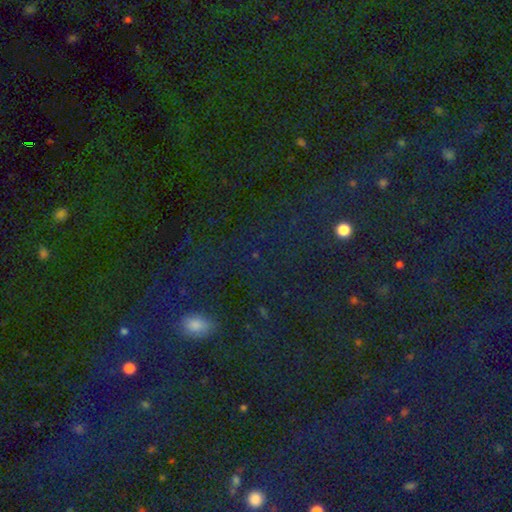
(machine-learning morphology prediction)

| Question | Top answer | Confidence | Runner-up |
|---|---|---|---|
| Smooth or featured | star or artifact | 63% | smooth (28%) |